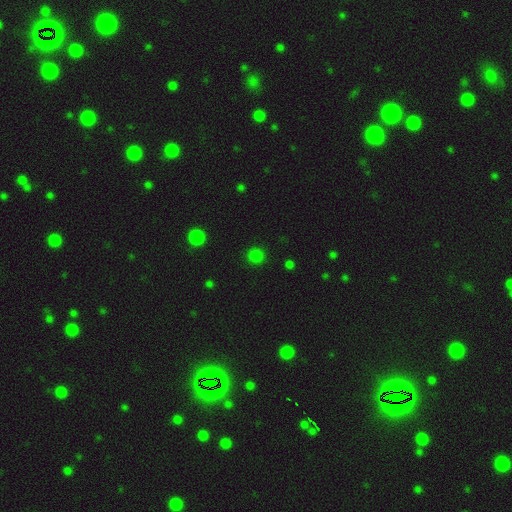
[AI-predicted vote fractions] Overall: smooth (80%). How rounded: round (93%). Merging: none (91%).